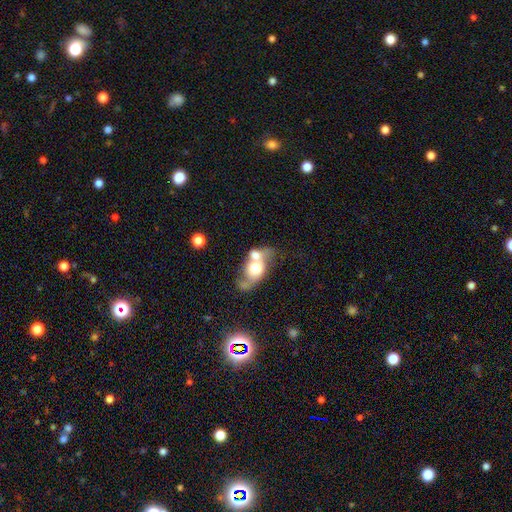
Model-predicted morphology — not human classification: This appears to be a smooth galaxy with no disk features (47%). Merging: merger (57%).